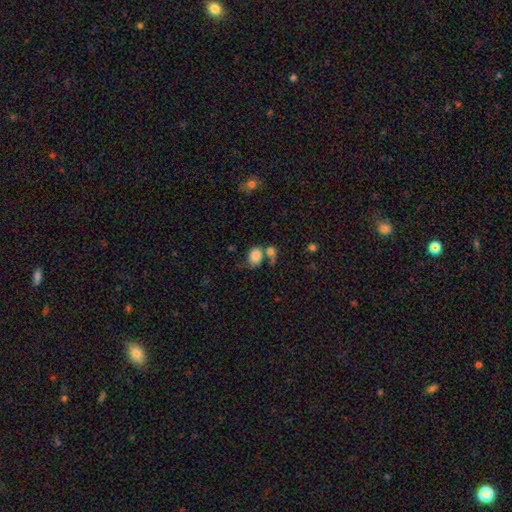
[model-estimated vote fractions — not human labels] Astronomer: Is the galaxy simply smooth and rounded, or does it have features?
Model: smooth — 78%.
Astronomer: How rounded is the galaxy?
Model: in between — 52% (runner-up: round, 47%).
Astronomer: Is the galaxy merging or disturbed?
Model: merger — 38% (runner-up: none, 32%).